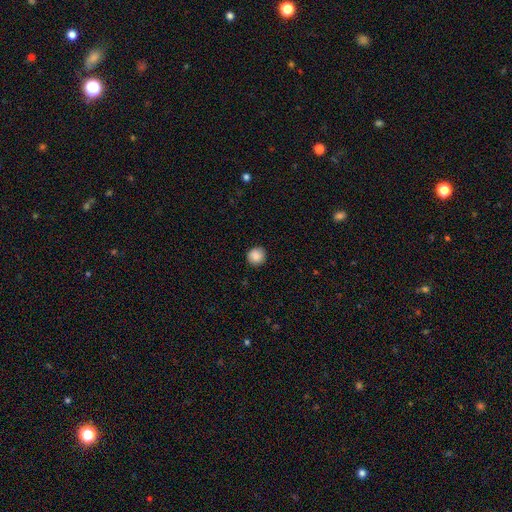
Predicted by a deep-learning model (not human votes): This is clearly a smooth galaxy (87%). How rounded: clearly round (93%). Merging: clearly none (91%).